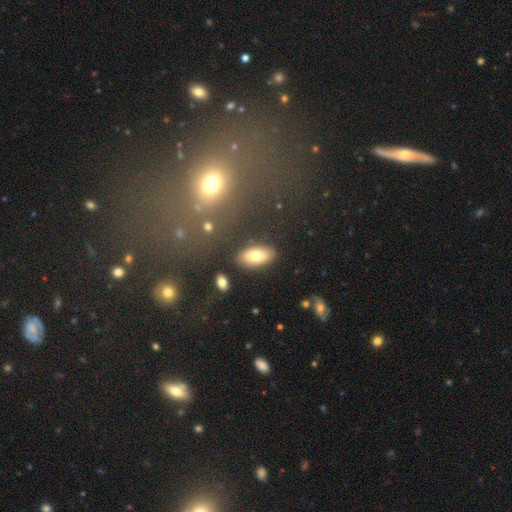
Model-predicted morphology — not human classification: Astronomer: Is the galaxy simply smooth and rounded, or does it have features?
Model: smooth — 75%.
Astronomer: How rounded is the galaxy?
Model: in between — 91%.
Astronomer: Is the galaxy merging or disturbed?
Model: none — 85%.